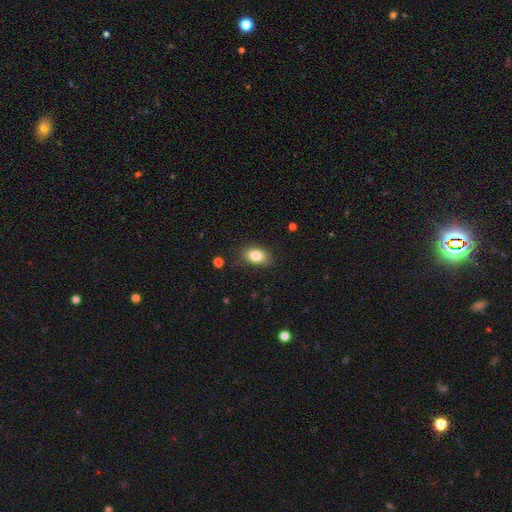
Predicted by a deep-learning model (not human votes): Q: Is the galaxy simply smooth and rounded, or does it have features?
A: smooth — 83%.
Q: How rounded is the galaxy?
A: in between — 79%.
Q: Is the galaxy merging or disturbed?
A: none — 79%.